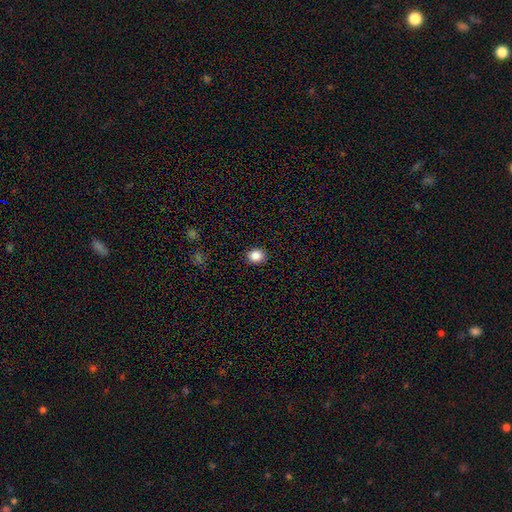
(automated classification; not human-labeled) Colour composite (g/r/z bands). It shows a smooth galaxy with no disk features (86%) that is round (74%). Merging: none (91%).